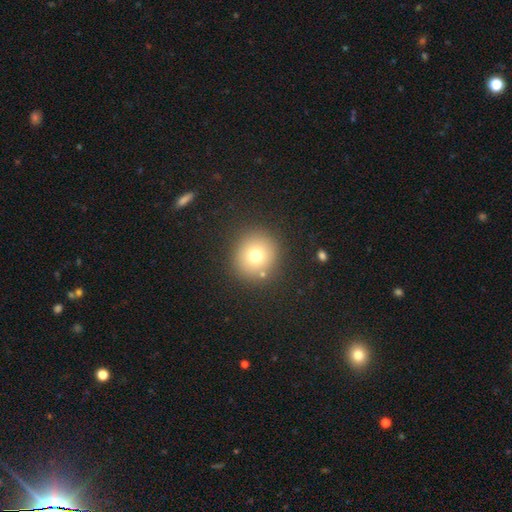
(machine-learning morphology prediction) Smooth or featured: smooth — 74% (star or artifact — 14%)
How rounded: round — 91% (in between — 8%)
Merging: none — 86% (minor disturbance — 7%)